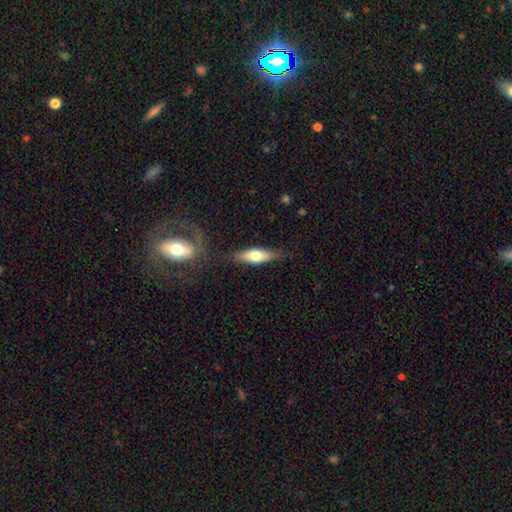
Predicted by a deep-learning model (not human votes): The model was most divided on "how rounded": cigar-shaped: 56%, in between: 42%, round: 2%. More confident: merging — none (77%); smooth or featured — smooth (57%).